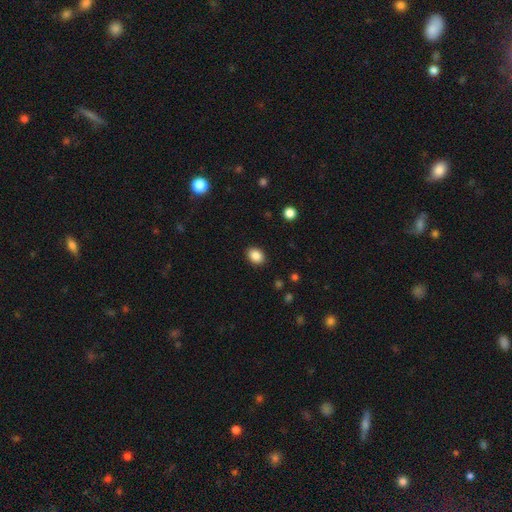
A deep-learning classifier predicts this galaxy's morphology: This appears to be a smooth galaxy with no disk features (87%) that is in between round and cigar-shaped (64%). Merging: none (89%).